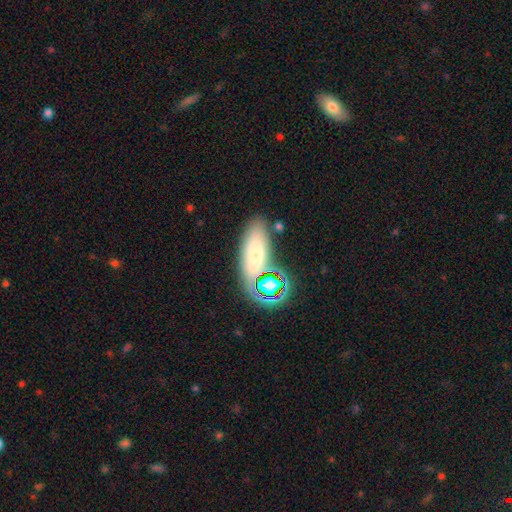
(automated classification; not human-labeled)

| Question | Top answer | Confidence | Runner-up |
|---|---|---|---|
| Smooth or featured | smooth | 60% | featured or disk (21%) |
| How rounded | in between | 74% | cigar-shaped (19%) |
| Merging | none | 66% | minor disturbance (16%) |